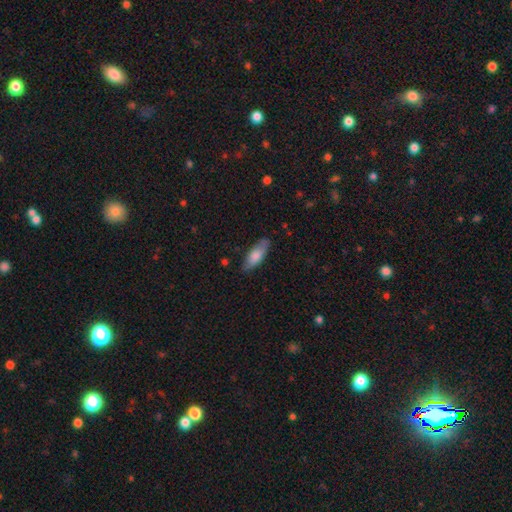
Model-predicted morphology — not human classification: A smooth galaxy with no disk features (75%) that is in between round and cigar-shaped (65%). Merging: none (80%).